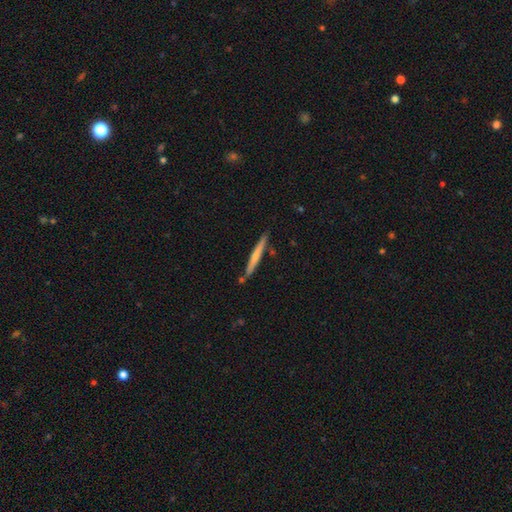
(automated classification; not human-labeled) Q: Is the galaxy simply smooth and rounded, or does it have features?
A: smooth — 54%.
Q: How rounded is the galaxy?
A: cigar-shaped — 97%.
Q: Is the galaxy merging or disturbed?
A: none — 83%.